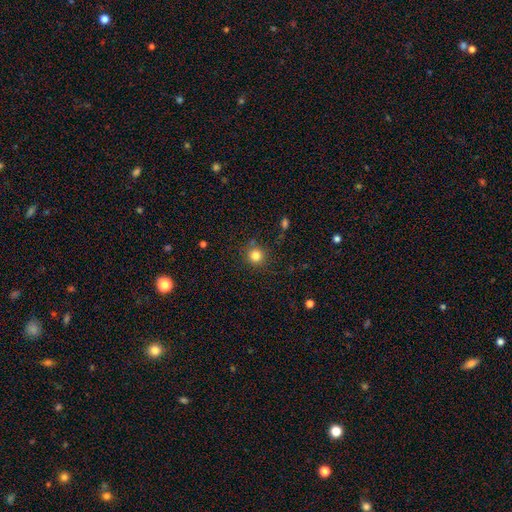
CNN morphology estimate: smooth 82%, star or artifact 13%, featured or disk 5%. Down the decision tree: how rounded — round (94%); merging — none (87%).